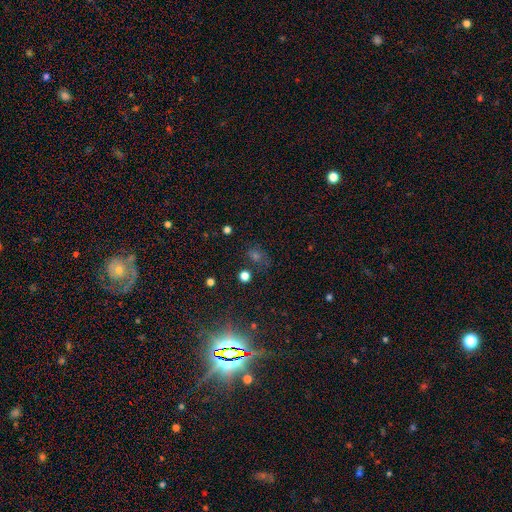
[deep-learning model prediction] Smooth or featured? Predicted: star or artifact (p=0.57).